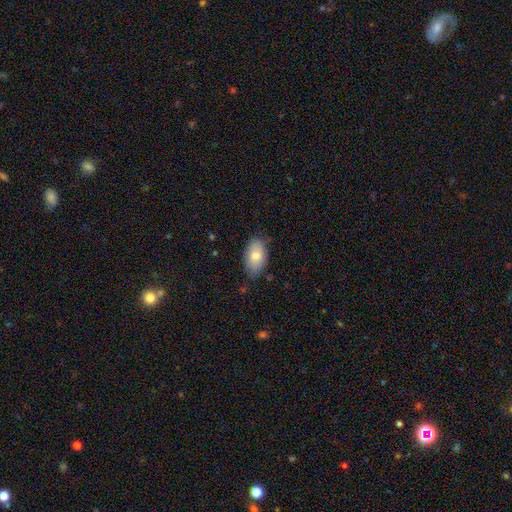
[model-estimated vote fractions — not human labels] Smooth or featured?
  - smooth: 78% *
  - featured or disk: 15%
  - star or artifact: 7%
How rounded?
  - in between: 93% *
  - round: 5%
  - cigar-shaped: 2%
Merging?
  - none: 78% *
  - minor disturbance: 18%
  - major disturbance: 3%
  - merger: 1%